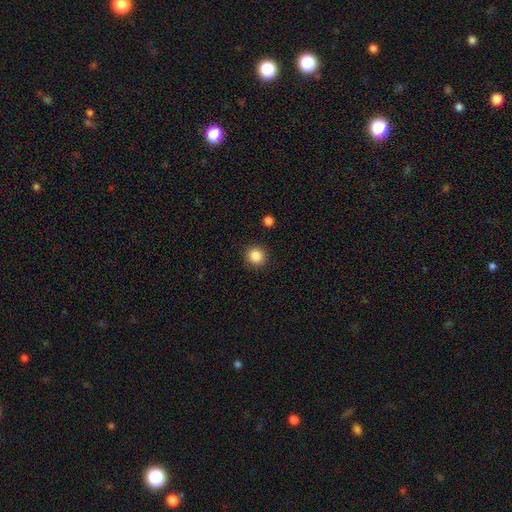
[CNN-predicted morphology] Smooth or featured: smooth — 86% (star or artifact — 10%)
How rounded: round — 93% (in between — 6%)
Merging: none — 91% (minor disturbance — 6%)